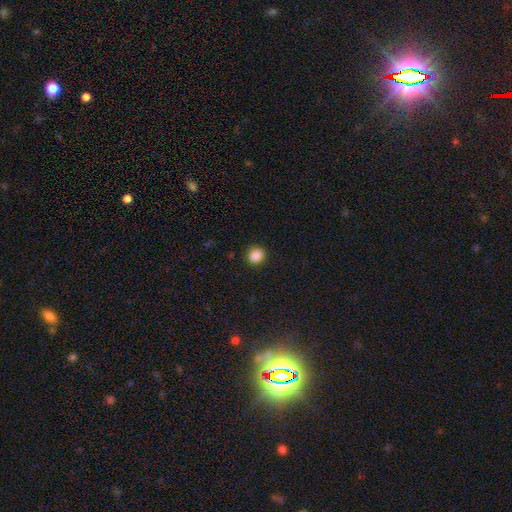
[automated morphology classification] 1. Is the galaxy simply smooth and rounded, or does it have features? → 86% smooth, 10% star or artifact, 4% featured or disk.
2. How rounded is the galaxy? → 78% round, 21% in between, 1% cigar-shaped.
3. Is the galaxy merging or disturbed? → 90% none, 7% minor disturbance, 2% major disturbance, 1% merger.